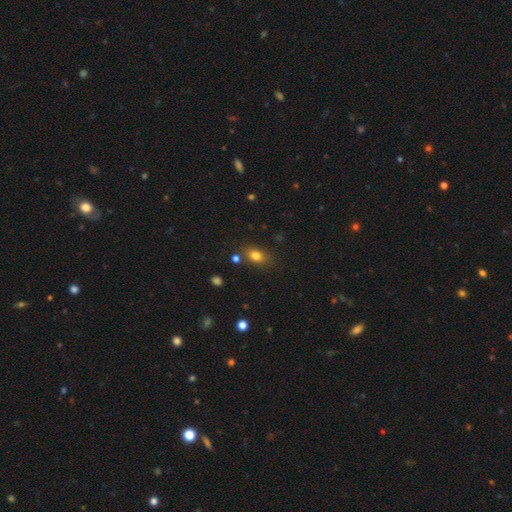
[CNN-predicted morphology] This is likely a smooth galaxy (80%). How rounded: likely in between (76%). Merging: likely none (77%).